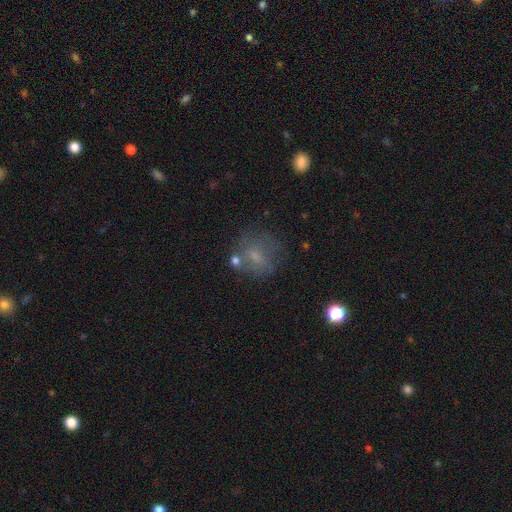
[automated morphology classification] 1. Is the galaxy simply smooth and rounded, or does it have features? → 57% smooth, 27% featured or disk, 16% star or artifact.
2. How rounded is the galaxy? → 67% round, 31% in between, 2% cigar-shaped.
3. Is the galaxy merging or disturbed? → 59% none, 19% minor disturbance, 13% major disturbance, 8% merger.